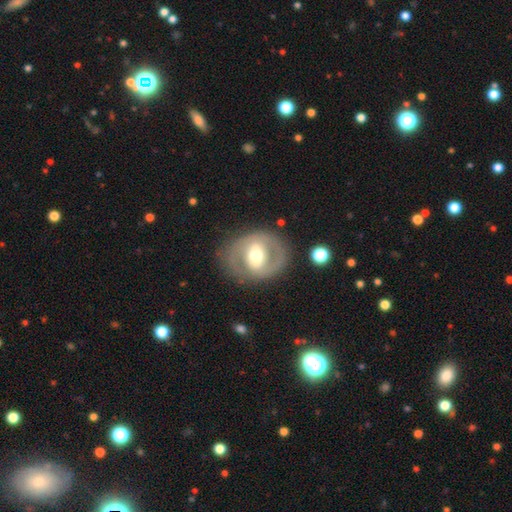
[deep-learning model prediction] The model was most divided on "bar": weak: 36%, no: 32%, strong: 31%. More confident: edge-on disk — no (95%); merging — none (76%); bulge size — moderate (66%); smooth or featured — featured or disk (65%); spiral arms — no (56%).